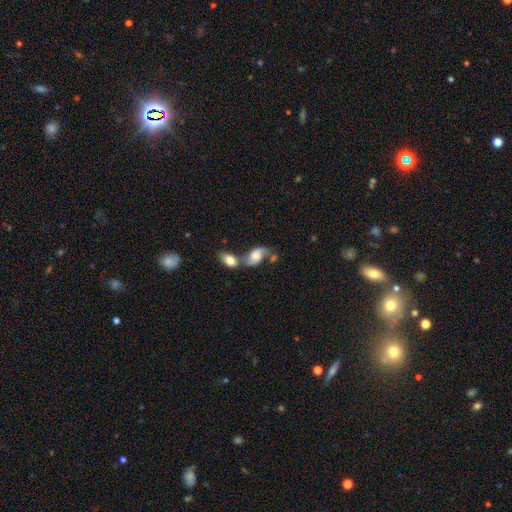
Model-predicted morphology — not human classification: Overall: featured or disk (51%; smooth 41%). Edge-on disk: no (95%). Merging: merger (52%; none 25%).